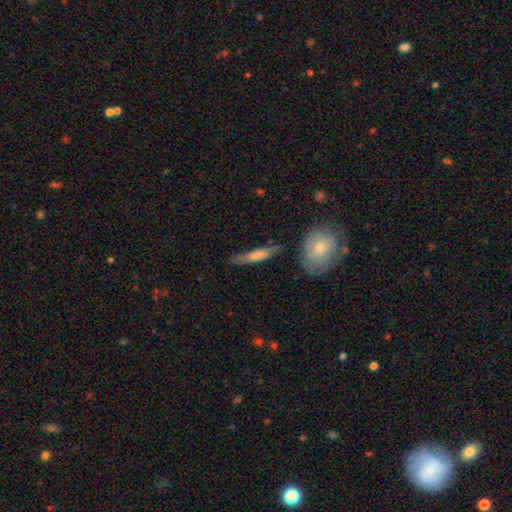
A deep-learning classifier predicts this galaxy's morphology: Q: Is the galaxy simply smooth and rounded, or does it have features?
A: smooth — 59%.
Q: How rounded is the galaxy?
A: cigar-shaped — 86%.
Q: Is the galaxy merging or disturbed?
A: none — 80%.